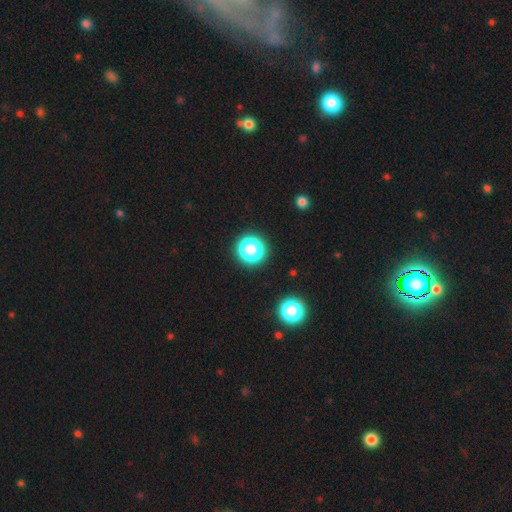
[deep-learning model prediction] smooth-or-featured: star or artifact: 72% | smooth: 21% | featured or disk: 7%